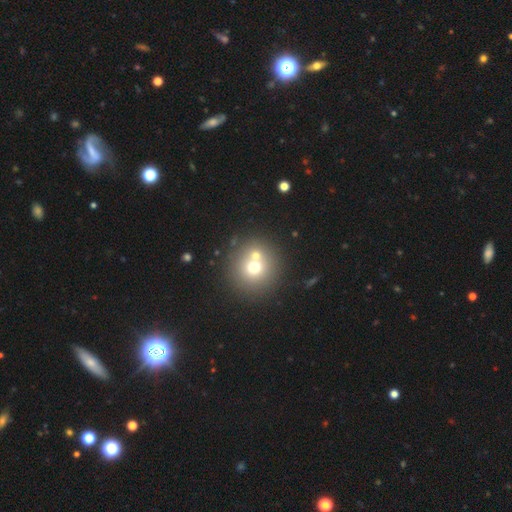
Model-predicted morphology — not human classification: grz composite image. It shows a smooth galaxy with no disk features (66%) that is round (93%). Merging: none (60%).